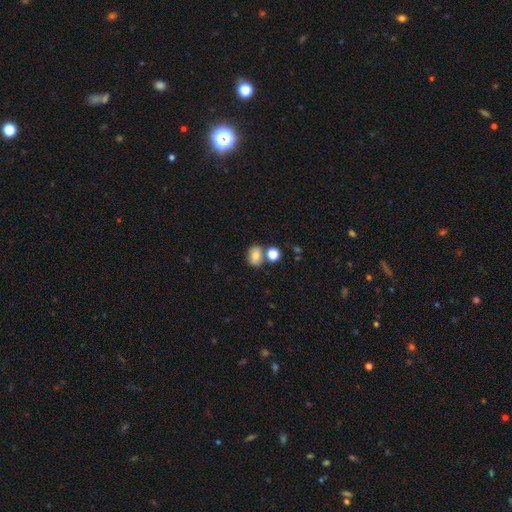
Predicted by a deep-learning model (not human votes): Smooth or featured? smooth (79%)
How rounded? in between (62%)
Merging? none (64%)